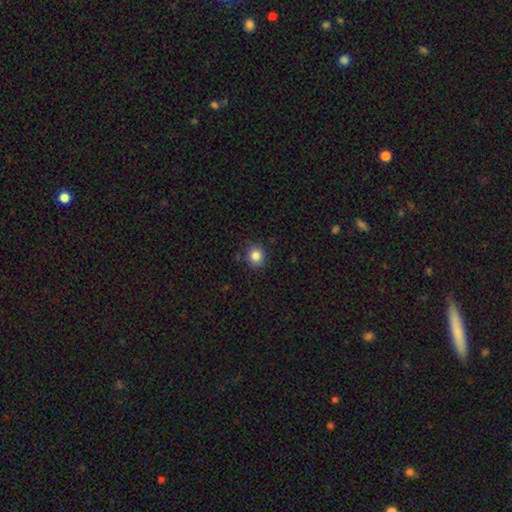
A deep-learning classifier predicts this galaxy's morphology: A smooth galaxy with no disk features (84%) that is round (86%). Merging: none (87%).